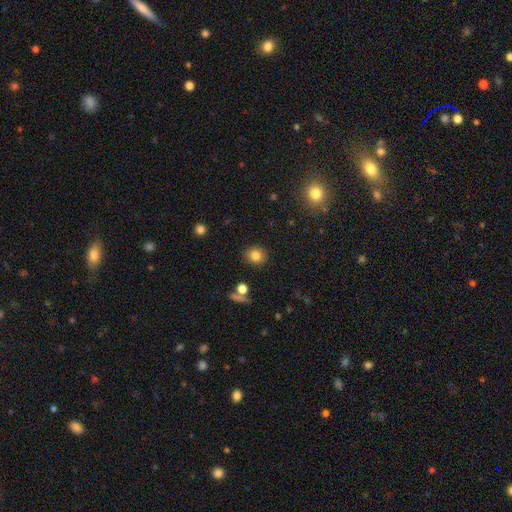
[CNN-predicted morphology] Q: Smooth or featured?
A: smooth (81%); runner-up: star or artifact (11%)
Q: How rounded?
A: round (80%); runner-up: in between (19%)
Q: Merging?
A: none (88%); runner-up: minor disturbance (7%)